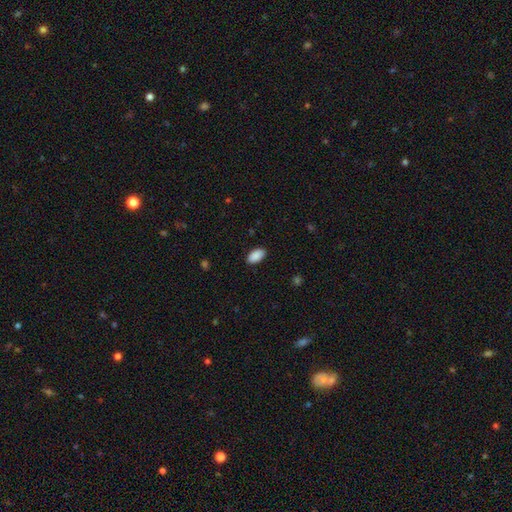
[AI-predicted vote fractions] Smooth or featured? Predicted: smooth (p=0.90). How rounded? Predicted: in between (p=0.95). Merging? Predicted: none (p=0.88).